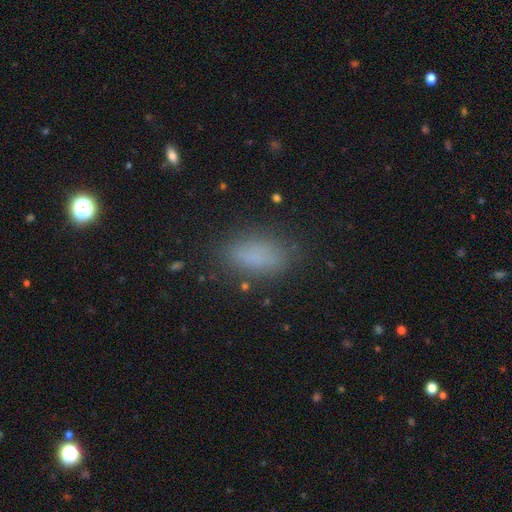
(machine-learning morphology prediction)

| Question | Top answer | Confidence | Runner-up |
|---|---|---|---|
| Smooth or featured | smooth | 83% | star or artifact (10%) |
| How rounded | in between | 86% | cigar-shaped (9%) |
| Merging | none | 81% | minor disturbance (13%) |